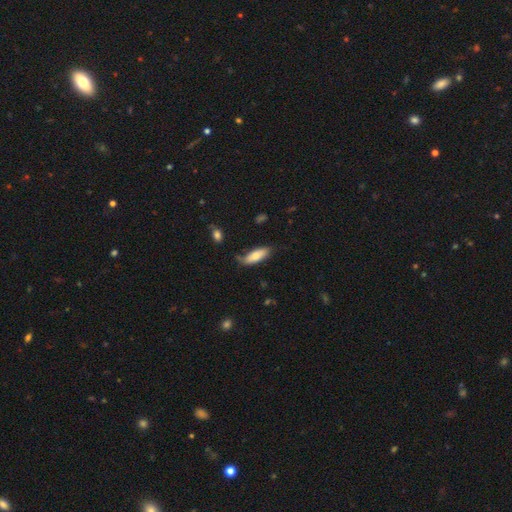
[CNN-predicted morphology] Q: Smooth or featured?
A: smooth (76%); runner-up: featured or disk (18%)
Q: How rounded?
A: in between (66%); runner-up: cigar-shaped (32%)
Q: Merging?
A: none (62%); runner-up: minor disturbance (28%)